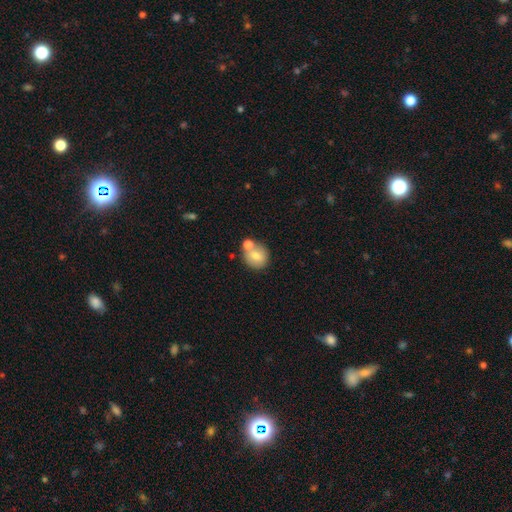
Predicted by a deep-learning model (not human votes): smooth 71%, featured or disk 21%, star or artifact 9%. Down the decision tree: how rounded — round (77%); merging — none (56%).